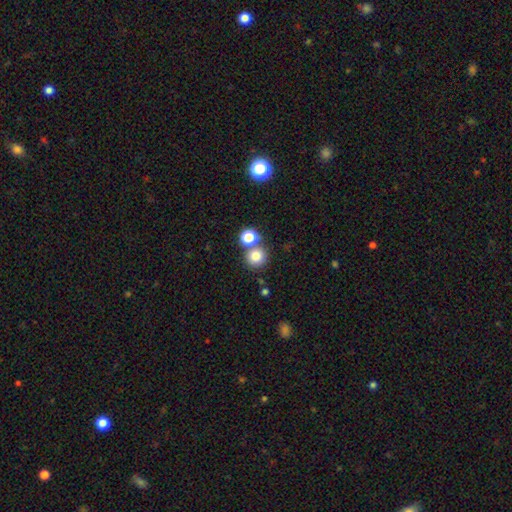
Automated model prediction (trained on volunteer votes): smooth_or_featured: smooth (p=0.79) [alt: star or artifact p=0.13]
how_rounded: round (p=0.89) [alt: in between p=0.10]
merging: none (p=0.64) [alt: merger p=0.26]